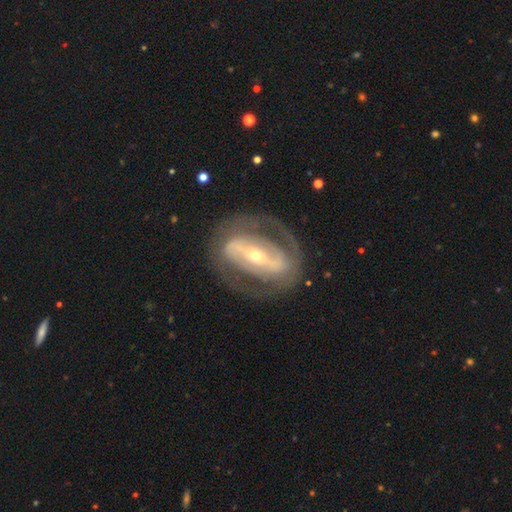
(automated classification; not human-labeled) smooth_or_featured: featured or disk (p=0.81) [alt: smooth p=0.13]
disk_edge_on: no (p=0.91) [alt: yes p=0.09]
bar: strong (p=0.64) [alt: weak p=0.20]
has_spiral_arms: yes (p=0.61) [alt: no p=0.39]
bulge_size: small (p=0.63) [alt: moderate p=0.32]
merging: none (p=0.73) [alt: minor disturbance p=0.14]